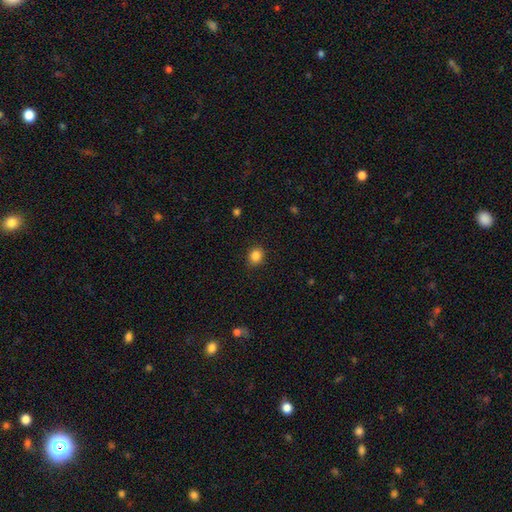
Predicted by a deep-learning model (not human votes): smooth-or-featured: smooth: 85% | star or artifact: 11% | featured or disk: 4%
  how-rounded: round: 72% | in between: 27% | cigar-shaped: 1%
  merging: none: 88% | minor disturbance: 9% | major disturbance: 2% | merger: 1%